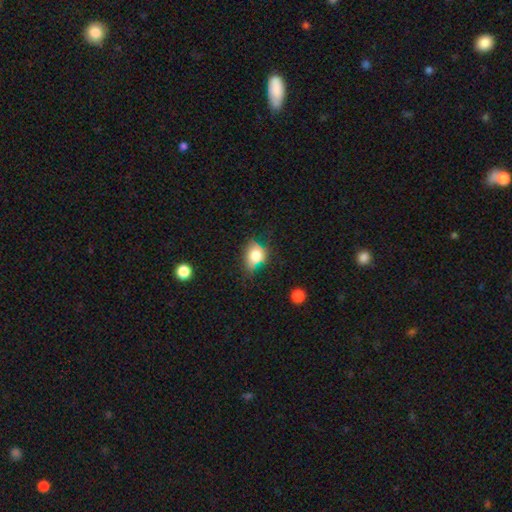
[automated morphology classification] Smooth or featured: smooth — 73% (featured or disk — 15%)
How rounded: in between — 57% (round — 40%)
Merging: none — 52% (minor disturbance — 32%)